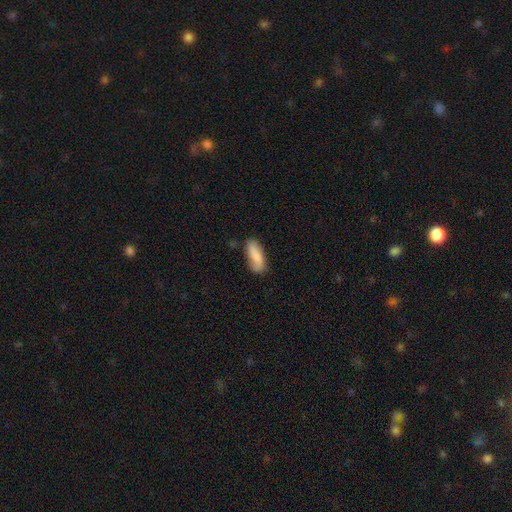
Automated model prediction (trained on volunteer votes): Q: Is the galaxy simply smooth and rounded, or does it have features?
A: smooth — 79%.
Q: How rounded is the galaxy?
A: in between — 73%.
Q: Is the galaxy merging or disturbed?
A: none — 68%.